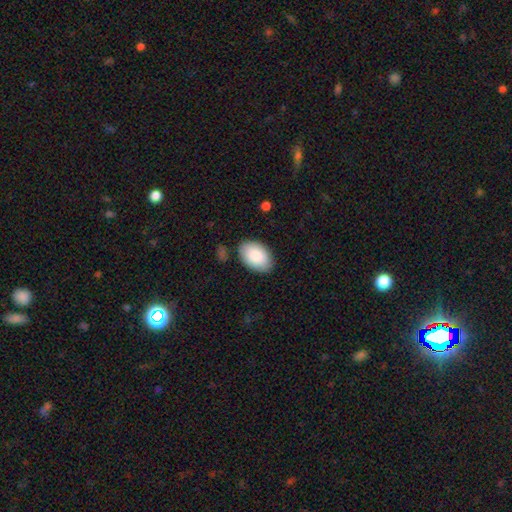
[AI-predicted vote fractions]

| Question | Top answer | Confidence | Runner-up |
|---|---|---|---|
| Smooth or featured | smooth | 88% | featured or disk (6%) |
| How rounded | in between | 93% | round (6%) |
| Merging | none | 84% | minor disturbance (11%) |